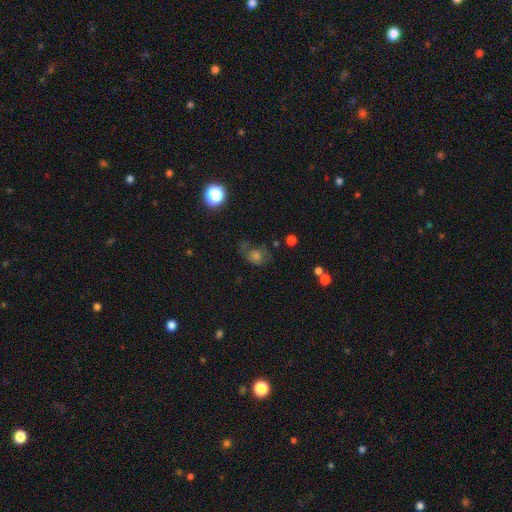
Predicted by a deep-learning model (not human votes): A smooth galaxy with no disk features (54%) that is round (54%).

Vote fractions:
- Smooth or featured? smooth: 54% / star or artifact: 24% / featured or disk: 22%
- How rounded? round: 54% / in between: 45% / cigar-shaped: 1%
- Merging? none: 48% / minor disturbance: 25% / major disturbance: 22% / merger: 5%